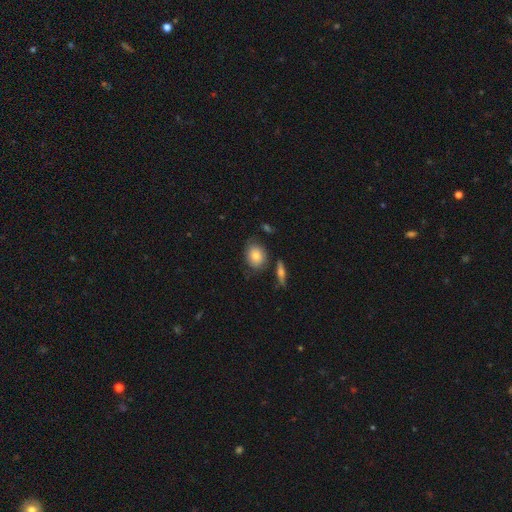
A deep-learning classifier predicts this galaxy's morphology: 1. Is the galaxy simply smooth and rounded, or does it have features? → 77% smooth, 15% featured or disk, 8% star or artifact.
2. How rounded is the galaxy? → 53% in between, 45% round, 2% cigar-shaped.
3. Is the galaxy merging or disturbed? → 71% none, 18% minor disturbance, 6% merger, 5% major disturbance.